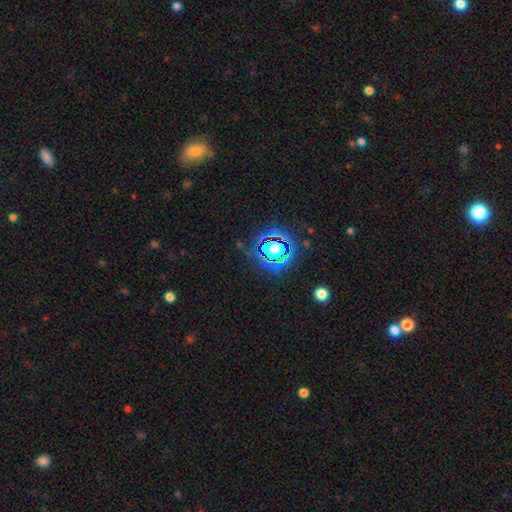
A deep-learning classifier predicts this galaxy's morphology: Smooth or featured: star or artifact — 76% (smooth — 15%)